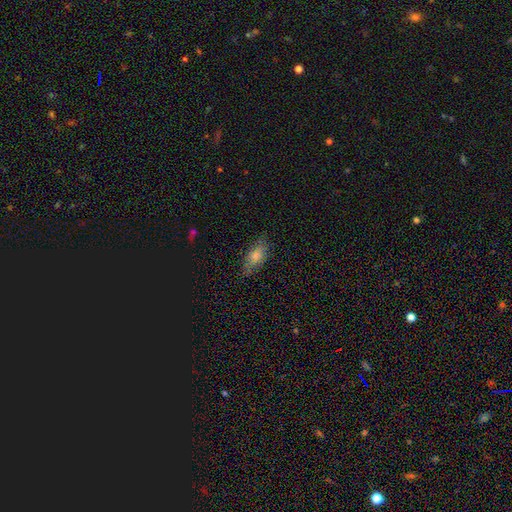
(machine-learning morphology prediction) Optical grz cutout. It shows a smooth galaxy with no disk features (60%) that is in between round and cigar-shaped (74%). Merging: none (77%).